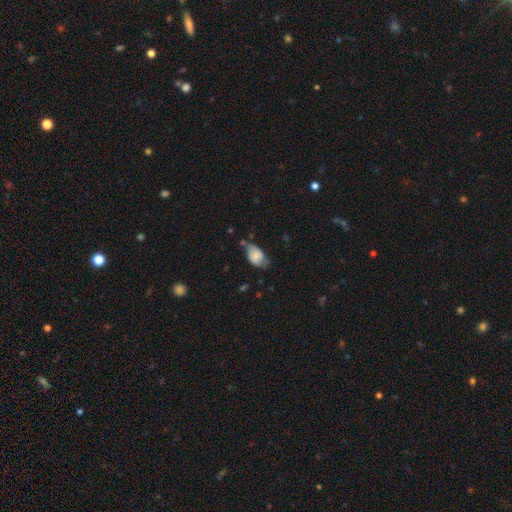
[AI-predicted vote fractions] Morphology: type=smooth (71%); roundness=in between (89%); merging=none (43%).